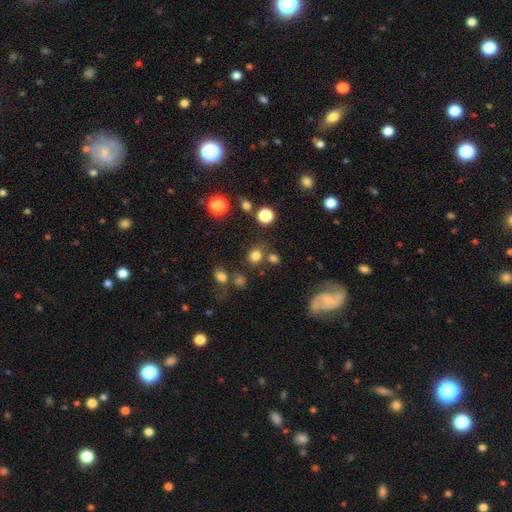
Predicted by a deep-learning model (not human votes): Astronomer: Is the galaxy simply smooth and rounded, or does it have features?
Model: smooth — 77%.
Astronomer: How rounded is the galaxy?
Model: round — 77%.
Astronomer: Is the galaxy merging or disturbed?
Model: none — 70%.